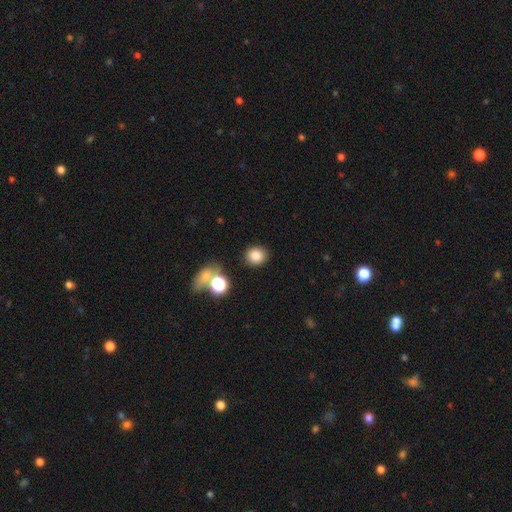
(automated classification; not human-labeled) Smooth or featured? Predicted: smooth (p=0.82). How rounded? Predicted: round (p=0.78). Merging? Predicted: none (p=0.85).